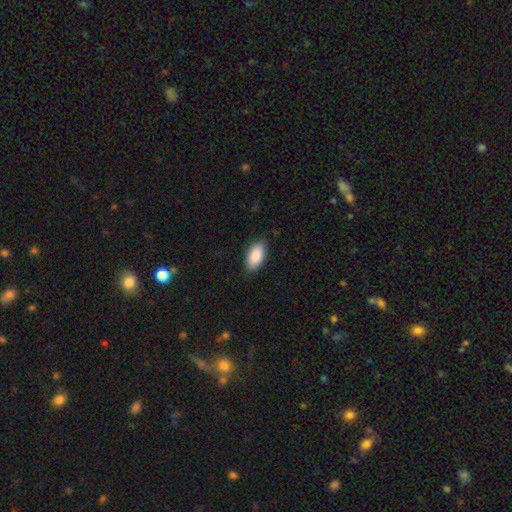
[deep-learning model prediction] Q: Smooth or featured?
A: smooth (89%); runner-up: star or artifact (6%)
Q: How rounded?
A: in between (95%); runner-up: cigar-shaped (3%)
Q: Merging?
A: none (84%); runner-up: minor disturbance (12%)